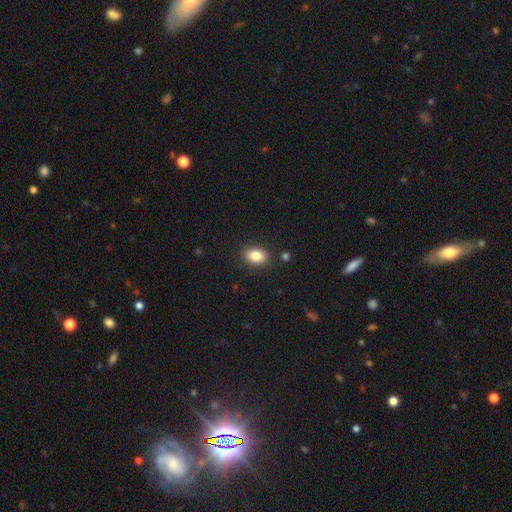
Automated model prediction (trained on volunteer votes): A smooth galaxy with no disk features (85%) that is in between round and cigar-shaped (78%).

Vote fractions:
- Smooth or featured? smooth: 85% / star or artifact: 9% / featured or disk: 7%
- How rounded? in between: 78% / round: 21% / cigar-shaped: 1%
- Merging? none: 87% / minor disturbance: 9% / major disturbance: 2% / merger: 2%